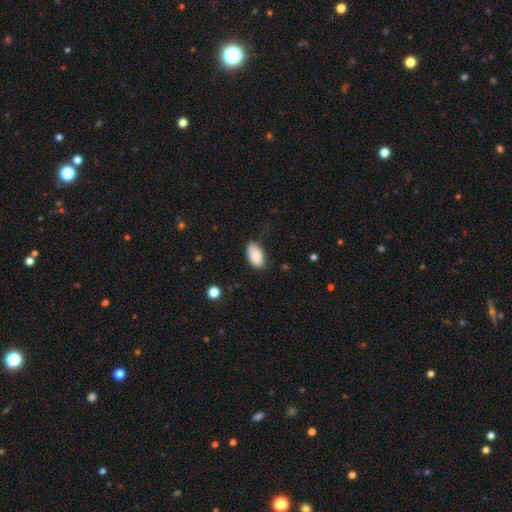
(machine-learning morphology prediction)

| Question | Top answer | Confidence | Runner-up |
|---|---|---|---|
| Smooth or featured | smooth | 87% | star or artifact (7%) |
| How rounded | in between | 95% | round (3%) |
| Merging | none | 74% | minor disturbance (21%) |